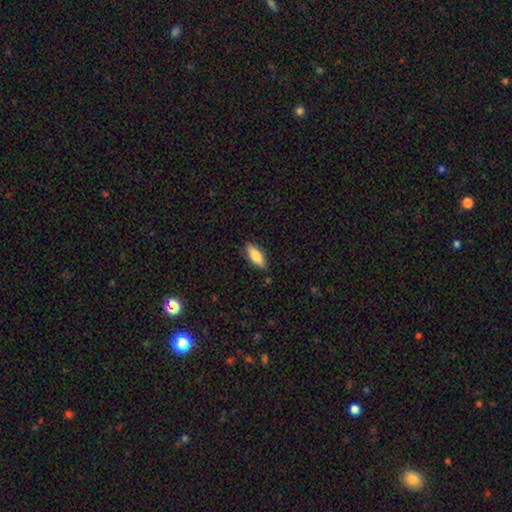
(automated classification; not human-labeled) smooth_or_featured: smooth (p=0.79) [alt: featured or disk p=0.15]
how_rounded: in between (p=0.70) [alt: cigar-shaped p=0.28]
merging: none (p=0.86) [alt: minor disturbance p=0.11]